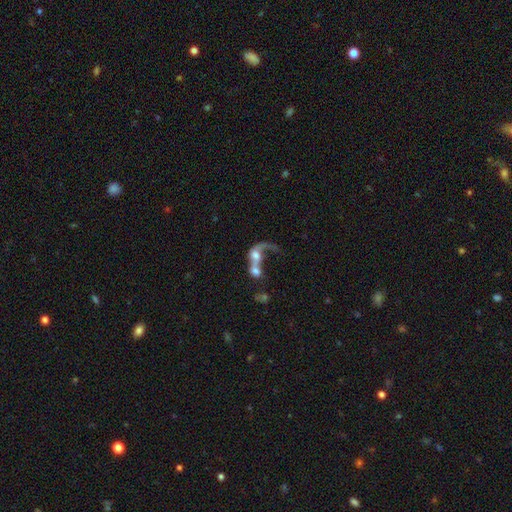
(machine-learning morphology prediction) Smooth or featured? featured or disk (50%)
Edge-on disk? no (94%)
Merging? merger (72%)